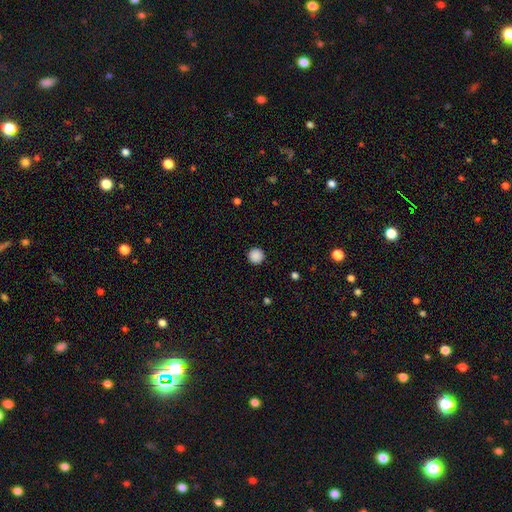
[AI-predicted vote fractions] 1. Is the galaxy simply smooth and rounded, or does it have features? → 89% smooth, 9% star or artifact, 2% featured or disk.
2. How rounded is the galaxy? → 96% round, 3% in between, 1% cigar-shaped.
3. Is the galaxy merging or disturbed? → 93% none, 5% minor disturbance, 2% major disturbance, 1% merger.